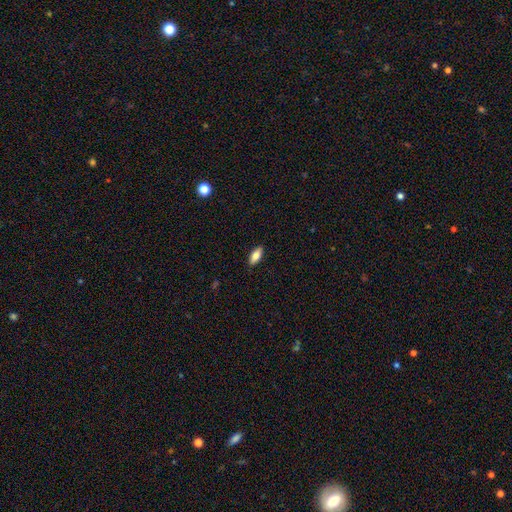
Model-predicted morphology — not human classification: Smooth or featured? Predicted: smooth (p=0.82). How rounded? Predicted: in between (p=0.84). Merging? Predicted: none (p=0.89).